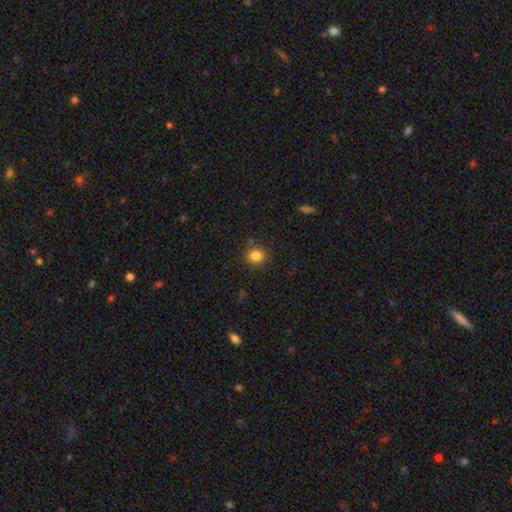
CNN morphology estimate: type=smooth (84%); roundness=round (84%); merging=none (83%).